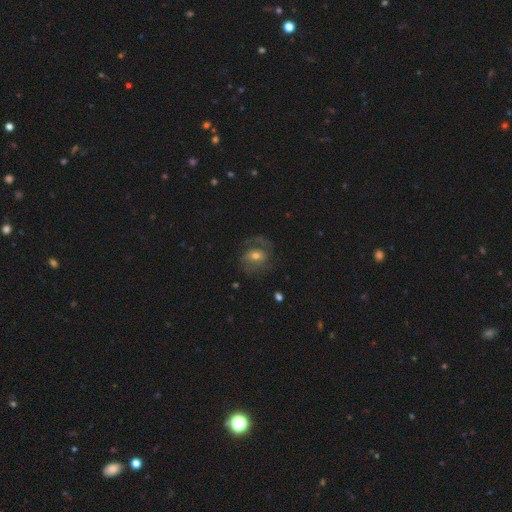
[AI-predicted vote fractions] smooth_or_featured: featured or disk (p=0.67) [alt: smooth p=0.24]
disk_edge_on: no (p=0.97) [alt: yes p=0.03]
bar: no (p=0.50) [alt: weak p=0.38]
has_spiral_arms: yes (p=0.85) [alt: no p=0.15]
spiral_winding: medium (p=0.46) [alt: loose p=0.28]
spiral_arm_count: 2 (p=0.53) [alt: 1 p=0.27]
bulge_size: moderate (p=0.60) [alt: small p=0.32]
merging: none (p=0.55) [alt: major disturbance p=0.25]